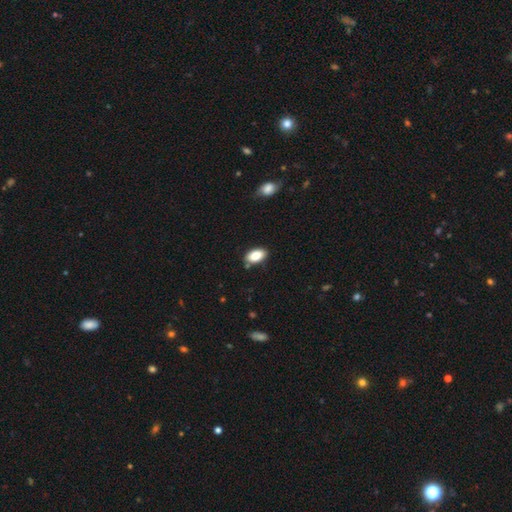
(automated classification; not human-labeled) Smooth or featured?
  - smooth: 84% *
  - featured or disk: 8%
  - star or artifact: 8%
How rounded?
  - in between: 93% *
  - round: 5%
  - cigar-shaped: 3%
Merging?
  - none: 82% *
  - minor disturbance: 13%
  - merger: 3%
  - major disturbance: 2%